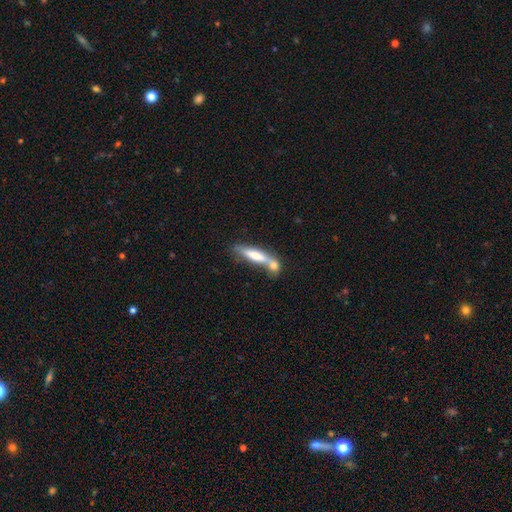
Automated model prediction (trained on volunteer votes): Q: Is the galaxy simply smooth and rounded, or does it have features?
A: smooth — 59%.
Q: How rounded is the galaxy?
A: cigar-shaped — 75%.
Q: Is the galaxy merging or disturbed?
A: merger — 46%.